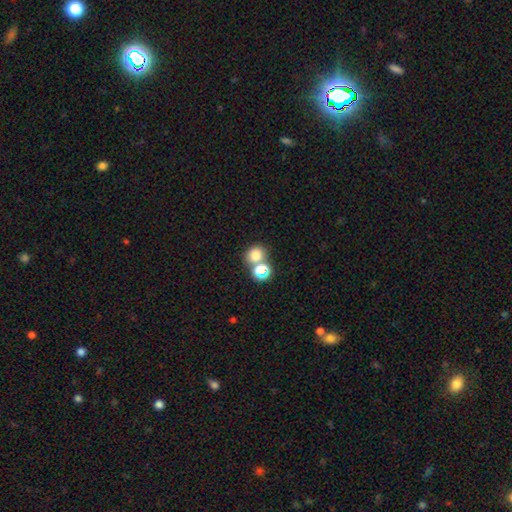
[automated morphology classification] A smooth galaxy with no disk features (75%) that is round (76%). Merging: none (52%).